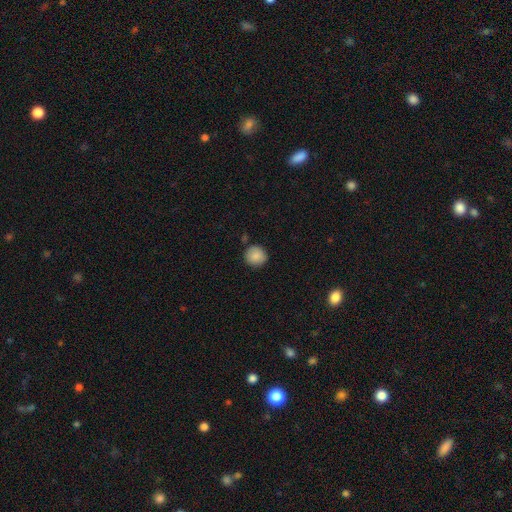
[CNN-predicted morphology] Smooth or featured: smooth — 88% (star or artifact — 8%)
How rounded: round — 92% (in between — 7%)
Merging: none — 86% (minor disturbance — 9%)